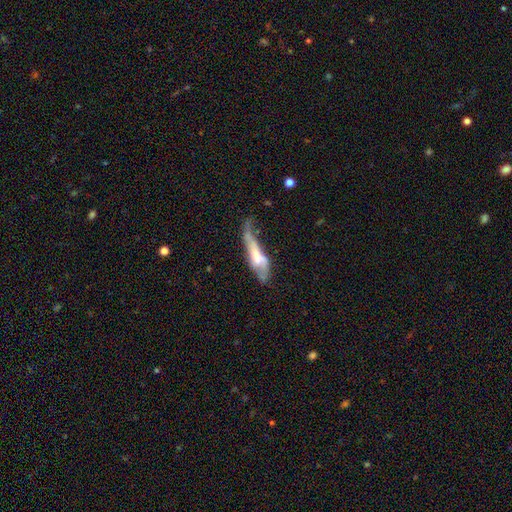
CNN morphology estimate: A featured or disk galaxy (62%). Merging: major disturbance (36%).